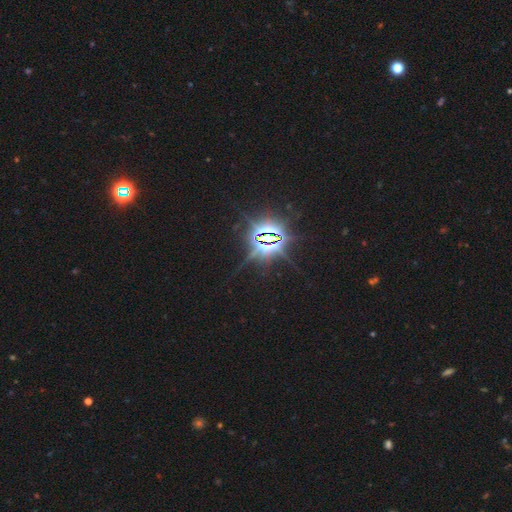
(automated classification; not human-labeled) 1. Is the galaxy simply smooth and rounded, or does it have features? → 85% star or artifact, 8% smooth, 6% featured or disk.